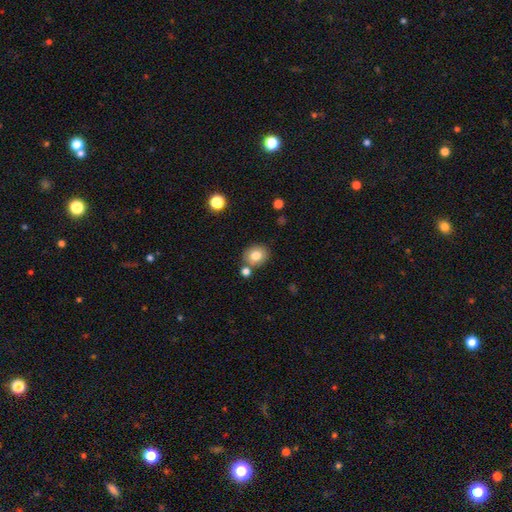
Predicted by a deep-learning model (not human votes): This is likely a smooth galaxy (79%). How rounded: possibly round (60%). Merging: likely none (73%).